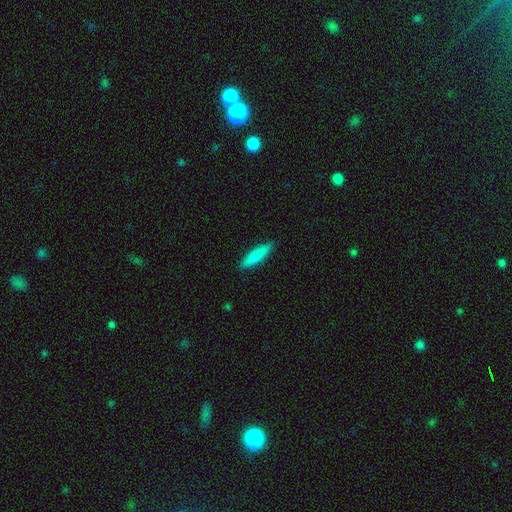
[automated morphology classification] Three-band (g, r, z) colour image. It shows a smooth galaxy with no disk features (85%) that is cigar-shaped (78%). Merging: none (89%).